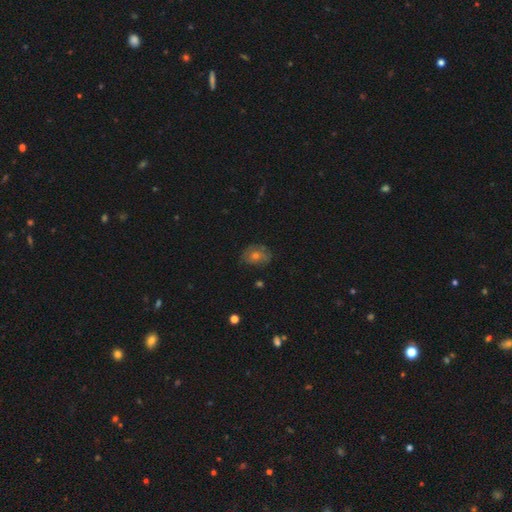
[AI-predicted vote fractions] Morphology: type=smooth (47%); merging=none (75%).